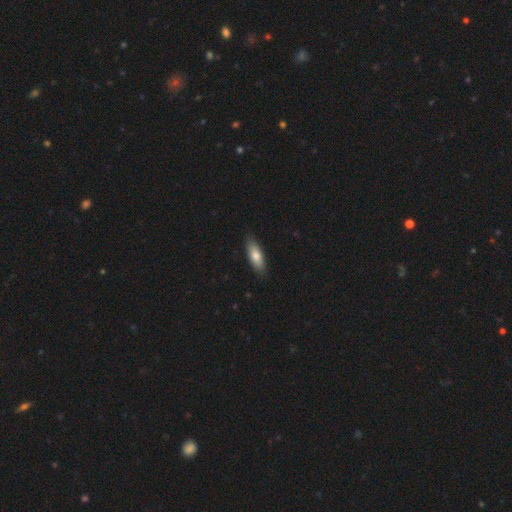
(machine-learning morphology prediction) Smooth or featured? Predicted: smooth (p=0.75). How rounded? Predicted: in between (p=0.60). Merging? Predicted: none (p=0.87).